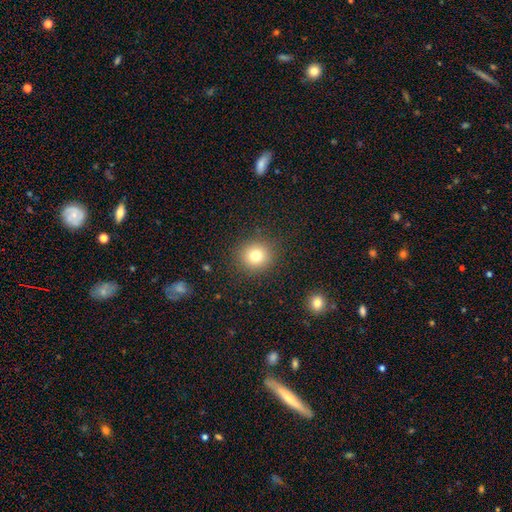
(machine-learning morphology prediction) smooth-or-featured: smooth: 77% | star or artifact: 14% | featured or disk: 9%
  how-rounded: round: 90% | in between: 9% | cigar-shaped: 1%
  merging: none: 89% | minor disturbance: 7% | major disturbance: 3% | merger: 1%